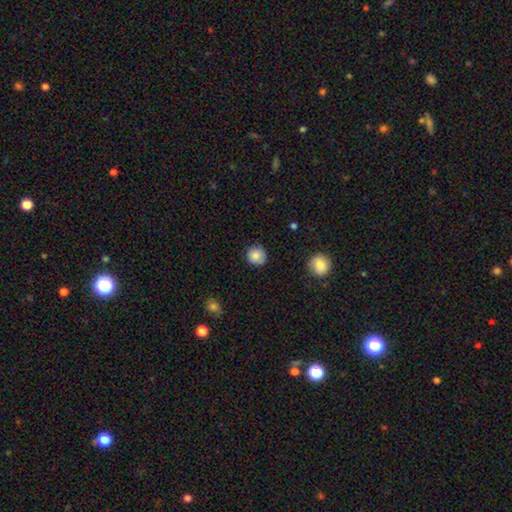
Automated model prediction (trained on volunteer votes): Smooth or featured: smooth — 85% (star or artifact — 9%)
How rounded: round — 91% (in between — 9%)
Merging: none — 81% (minor disturbance — 15%)